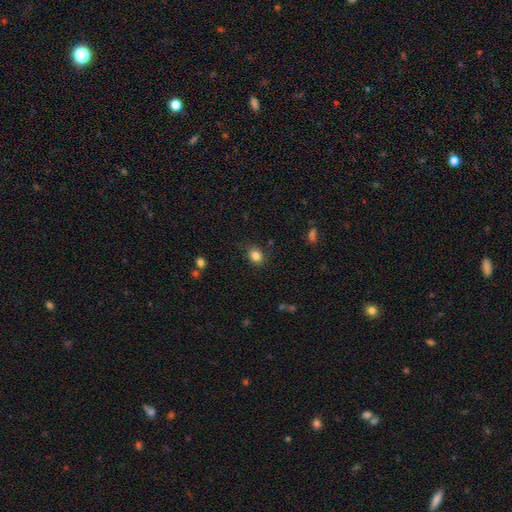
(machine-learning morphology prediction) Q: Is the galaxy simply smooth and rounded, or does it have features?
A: smooth — 83%.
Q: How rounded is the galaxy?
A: round — 58%.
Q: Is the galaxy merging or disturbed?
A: none — 82%.